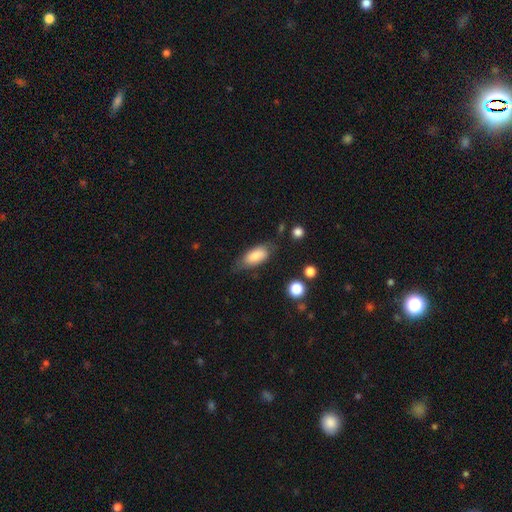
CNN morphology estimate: This is clearly a smooth galaxy (81%). How rounded: clearly in between (87%). Merging: likely none (63%).